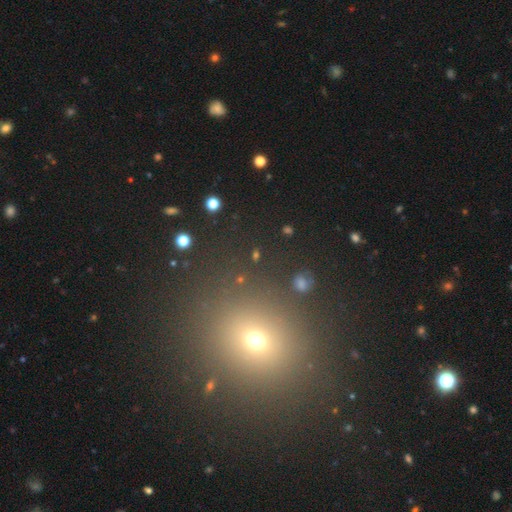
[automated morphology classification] A smooth galaxy with no disk features (48%).

Vote fractions:
- Smooth or featured? smooth: 48% / star or artifact: 43% / featured or disk: 10%
- Merging? none: 85% / minor disturbance: 7% / major disturbance: 4% / merger: 4%